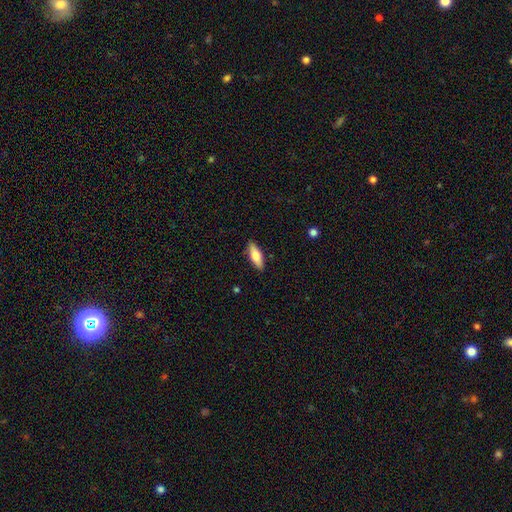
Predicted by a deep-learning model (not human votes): A smooth galaxy with no disk features (65%) that is in between round and cigar-shaped (59%). Merging: none (88%).